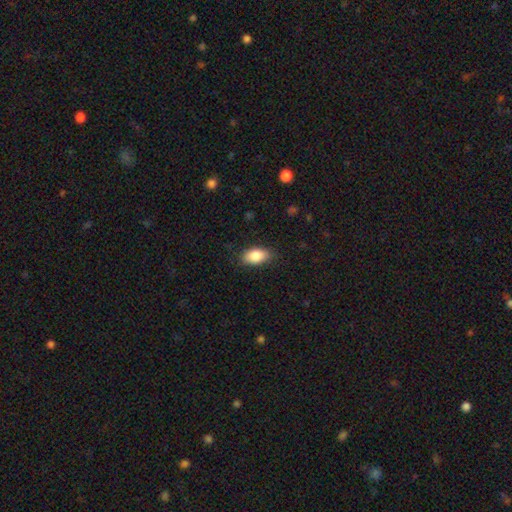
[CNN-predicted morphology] This appears to be a smooth galaxy with no disk features (85%) that is in between round and cigar-shaped (91%). Merging: none (83%).